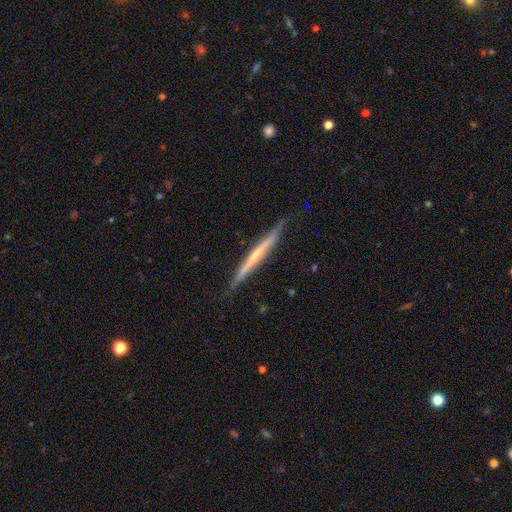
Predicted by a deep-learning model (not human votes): Smooth or featured?
  - featured or disk: 65% *
  - smooth: 30%
  - star or artifact: 6%
Edge-on disk?
  - yes: 97% *
  - no: 3%
Edge-on bulge?
  - none: 61% *
  - rounded: 32%
  - boxy: 7%
Merging?
  - none: 85% *
  - minor disturbance: 12%
  - major disturbance: 2%
  - merger: 1%